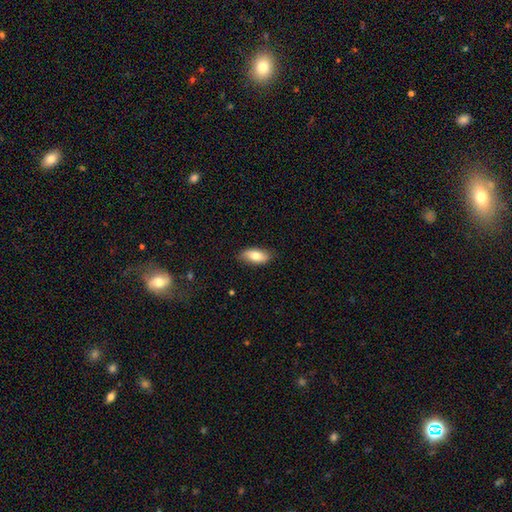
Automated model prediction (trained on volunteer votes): smooth_or_featured: smooth (p=0.79) [alt: featured or disk p=0.15]
how_rounded: in between (p=0.87) [alt: cigar-shaped p=0.10]
merging: none (p=0.84) [alt: minor disturbance p=0.13]